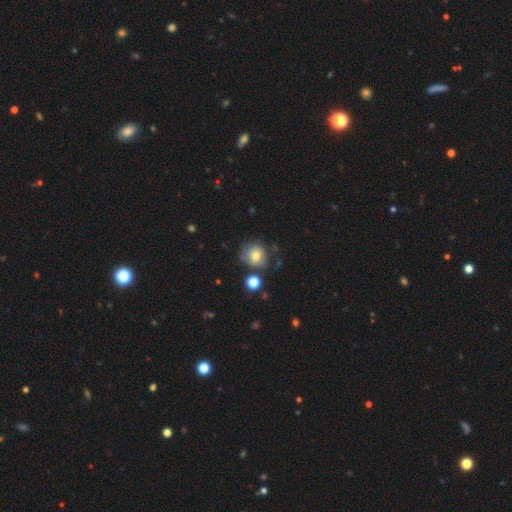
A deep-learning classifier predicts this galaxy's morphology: Q: Smooth or featured?
A: smooth (69%); runner-up: featured or disk (19%)
Q: How rounded?
A: round (83%); runner-up: in between (16%)
Q: Merging?
A: none (60%); runner-up: minor disturbance (23%)